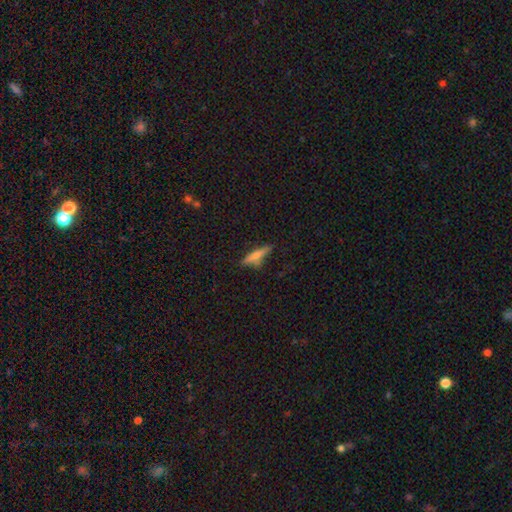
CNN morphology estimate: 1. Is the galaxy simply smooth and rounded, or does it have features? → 57% smooth, 34% featured or disk, 9% star or artifact.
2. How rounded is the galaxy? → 79% cigar-shaped, 18% in between, 3% round.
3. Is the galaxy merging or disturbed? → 76% none, 16% minor disturbance, 4% major disturbance, 3% merger.